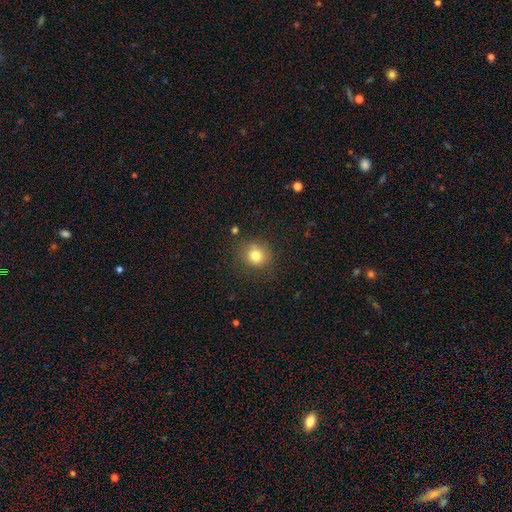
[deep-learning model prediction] The model was most divided on "merging": none: 79%, minor disturbance: 14%, major disturbance: 5%, merger: 3%. More confident: how rounded — round (87%); smooth or featured — smooth (78%).